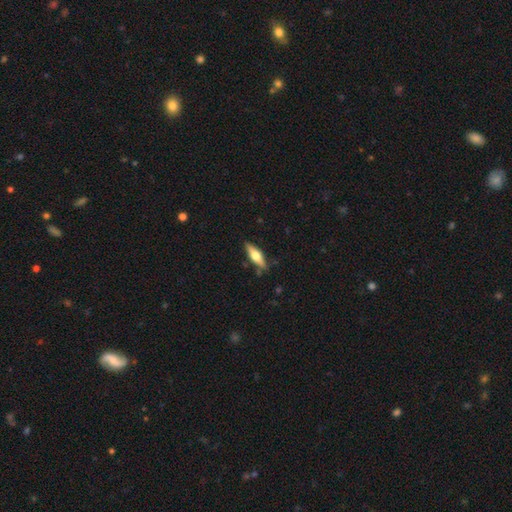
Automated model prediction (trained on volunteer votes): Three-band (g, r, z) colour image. It shows a featured or disk galaxy (51%) viewed edge-on (91%). Merging: none (82%).